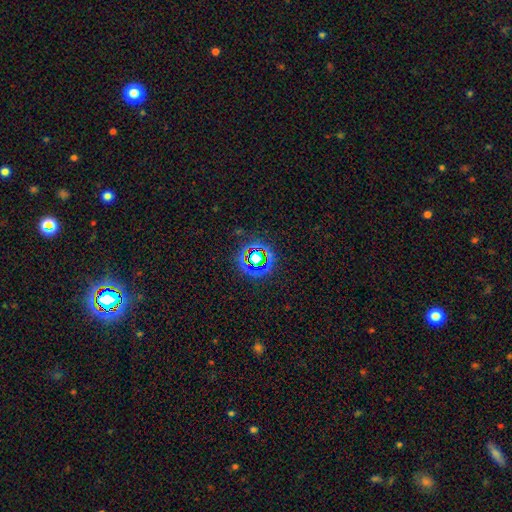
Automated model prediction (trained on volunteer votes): The model was most divided on "smooth or featured": star or artifact: 70%, smooth: 20%, featured or disk: 10%.